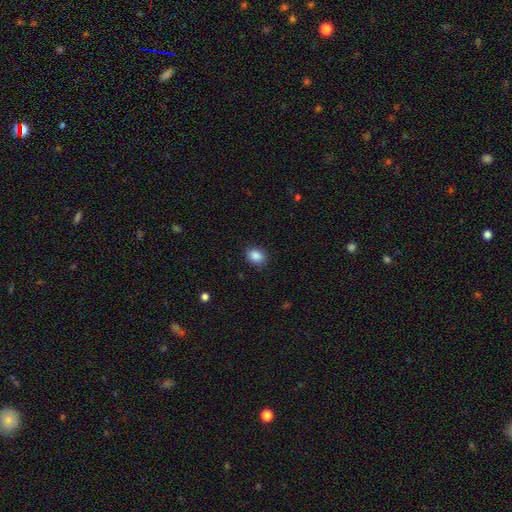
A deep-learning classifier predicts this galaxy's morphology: Smooth or featured? smooth (88%)
How rounded? in between (65%)
Merging? none (86%)